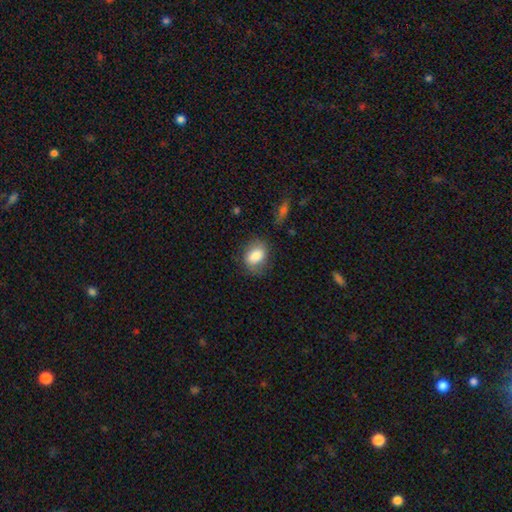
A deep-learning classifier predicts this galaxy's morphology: This is likely a smooth galaxy (80%). How rounded: likely in between (68%). Merging: likely none (69%).